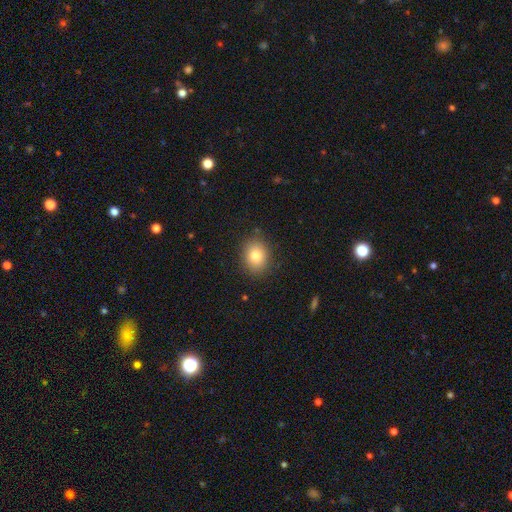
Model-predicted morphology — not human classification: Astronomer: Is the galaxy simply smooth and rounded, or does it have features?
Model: smooth — 81%.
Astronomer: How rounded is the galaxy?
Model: round — 56% (runner-up: in between, 43%).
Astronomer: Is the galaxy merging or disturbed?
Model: none — 86%.